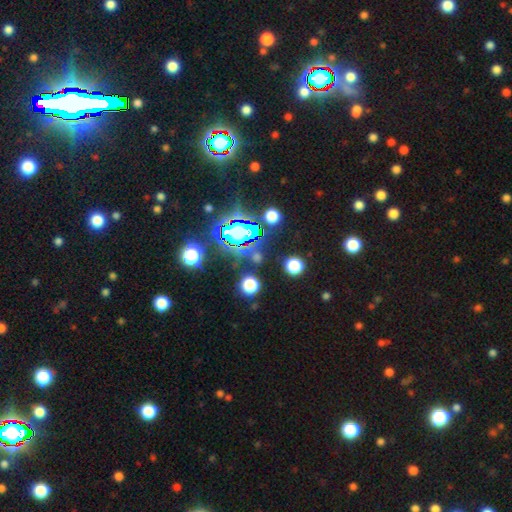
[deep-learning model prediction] smooth-or-featured: star or artifact: 58% | smooth: 31% | featured or disk: 11%